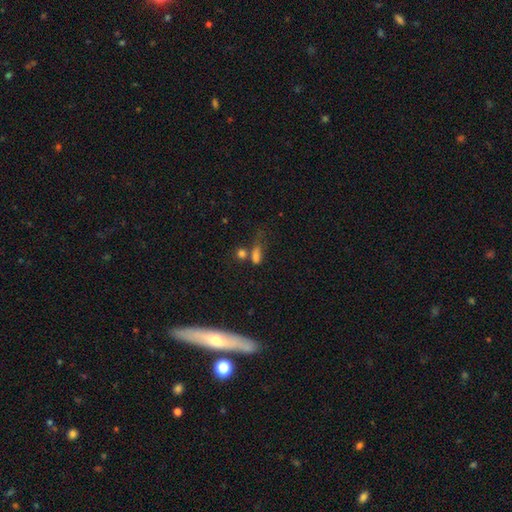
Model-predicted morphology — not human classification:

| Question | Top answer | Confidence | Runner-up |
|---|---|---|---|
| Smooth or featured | smooth | 73% | star or artifact (17%) |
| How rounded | in between | 65% | round (21%) |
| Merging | none | 35% | merger (30%) |